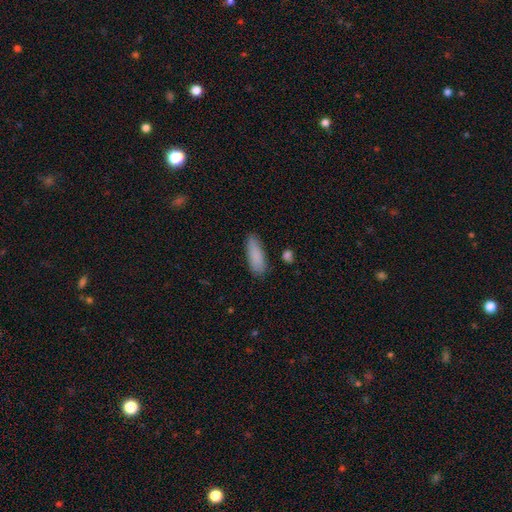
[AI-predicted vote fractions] The model was most divided on "how rounded": in between: 56%, cigar-shaped: 42%, round: 2%. More confident: smooth or featured — smooth (87%); merging — none (80%).